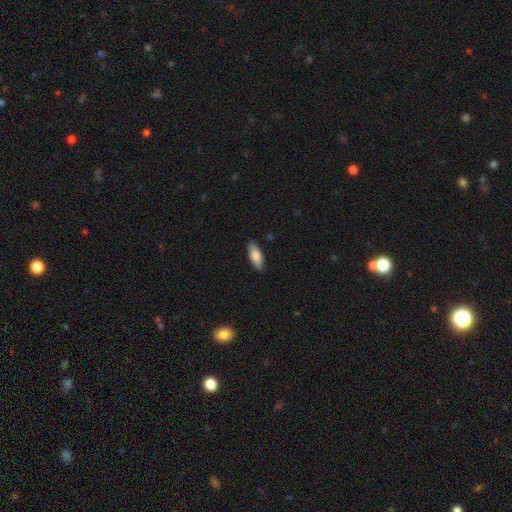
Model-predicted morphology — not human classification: smooth_or_featured: smooth (p=0.85) [alt: featured or disk p=0.09]
how_rounded: in between (p=0.76) [alt: cigar-shaped p=0.23]
merging: none (p=0.87) [alt: minor disturbance p=0.10]